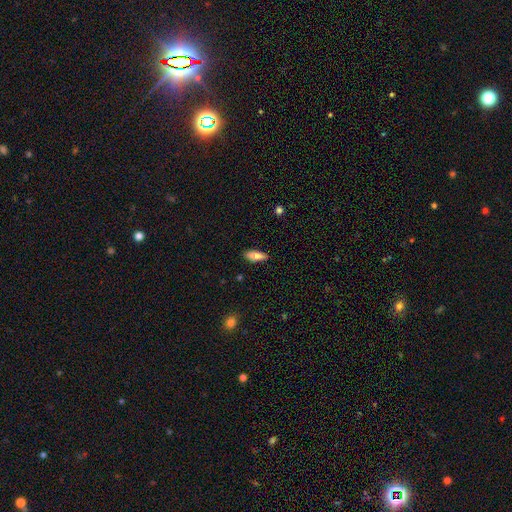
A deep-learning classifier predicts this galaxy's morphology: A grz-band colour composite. It shows a smooth galaxy with no disk features (76%) that is in between round and cigar-shaped (66%). Merging: none (89%).